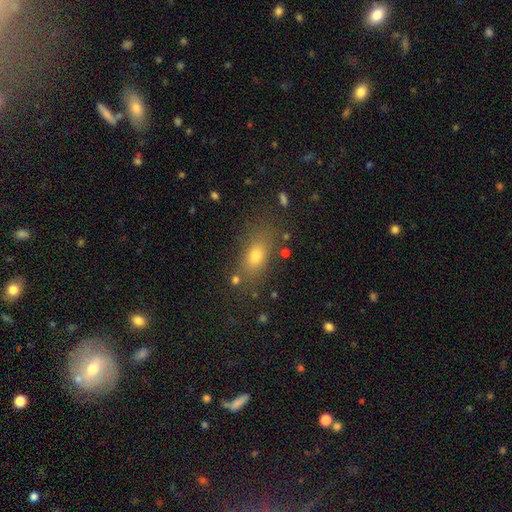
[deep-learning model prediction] Smooth or featured: smooth — 73% (star or artifact — 14%)
How rounded: in between — 73% (round — 14%)
Merging: none — 76% (minor disturbance — 14%)